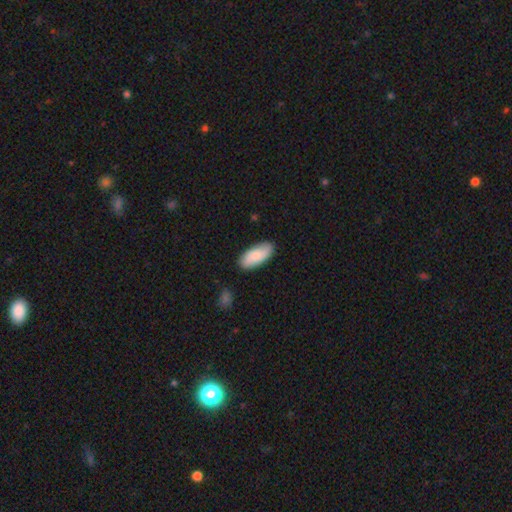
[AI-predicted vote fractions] This is likely a smooth galaxy (79%). How rounded: clearly in between (90%). Merging: clearly none (84%).